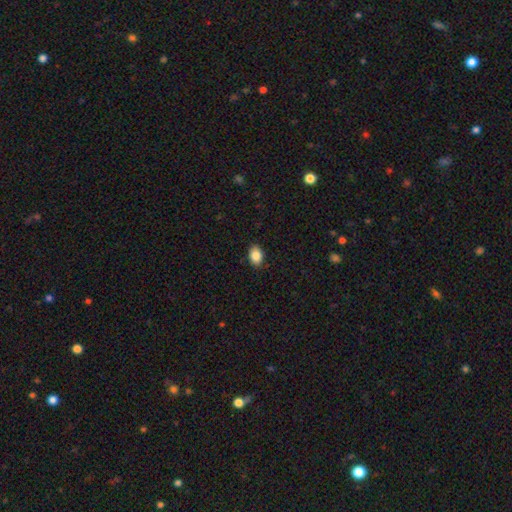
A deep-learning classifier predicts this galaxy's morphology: smooth-or-featured: smooth: 86% | star or artifact: 8% | featured or disk: 6%
  how-rounded: in between: 80% | round: 19% | cigar-shaped: 1%
  merging: none: 88% | minor disturbance: 9% | major disturbance: 2% | merger: 1%